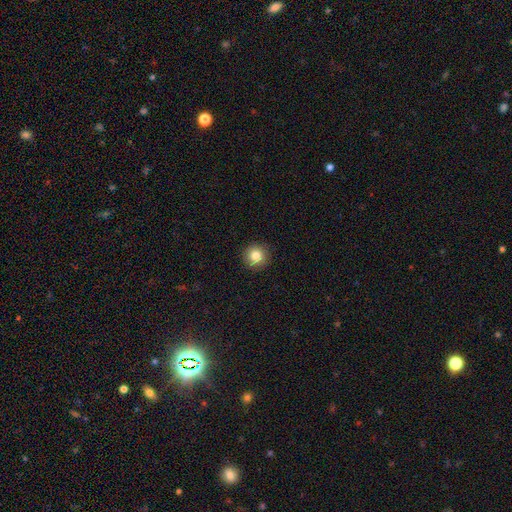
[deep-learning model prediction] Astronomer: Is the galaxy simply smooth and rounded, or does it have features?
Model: smooth — 83%.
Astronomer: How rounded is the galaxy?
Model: round — 95%.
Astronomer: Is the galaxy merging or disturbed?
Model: none — 91%.